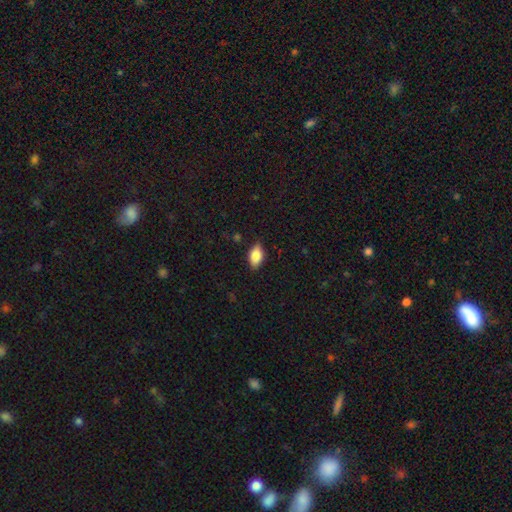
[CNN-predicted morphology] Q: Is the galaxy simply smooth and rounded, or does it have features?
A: smooth — 83%.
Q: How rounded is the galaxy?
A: in between — 90%.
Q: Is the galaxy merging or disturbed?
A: none — 82%.